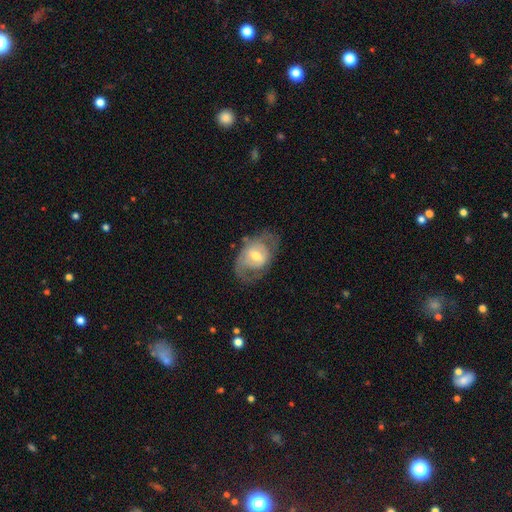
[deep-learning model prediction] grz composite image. It shows a featured or disk galaxy (62%) with no bar (44%), spiral arms (62%) and a moderate central bulge (62%). Merging: none (53%).